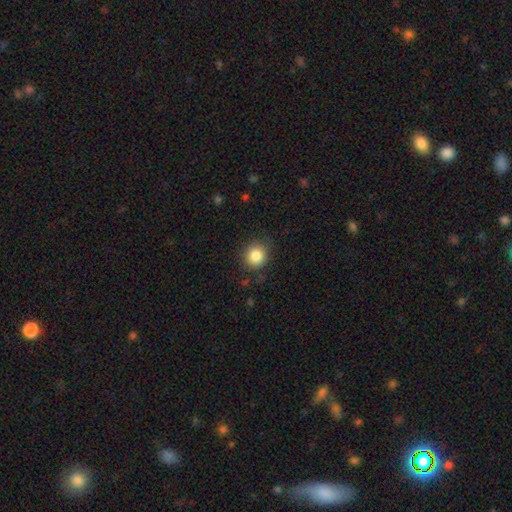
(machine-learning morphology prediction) This is clearly a smooth galaxy (85%). How rounded: clearly round (84%). Merging: clearly none (84%).